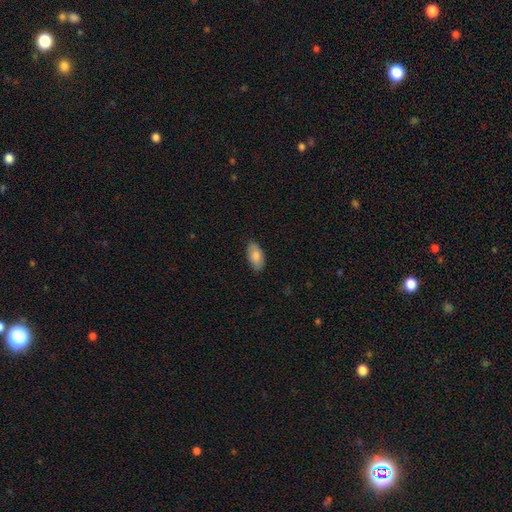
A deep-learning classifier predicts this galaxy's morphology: The model was most divided on "smooth or featured": smooth: 81%, featured or disk: 12%, star or artifact: 6%. More confident: how rounded — in between (94%); merging — none (83%).